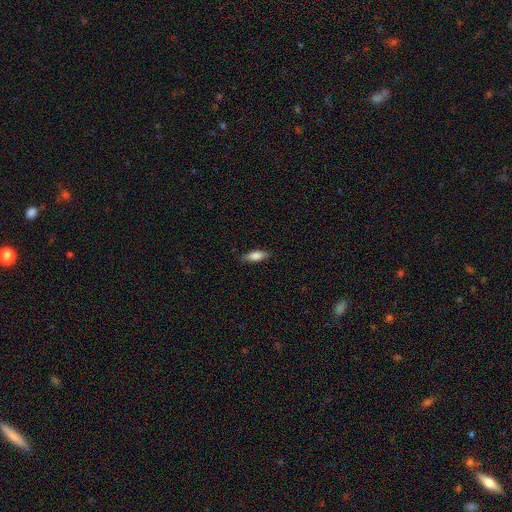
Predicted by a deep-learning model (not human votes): This appears to be a smooth galaxy with no disk features (79%) that is in between round and cigar-shaped (66%). Merging: none (84%).